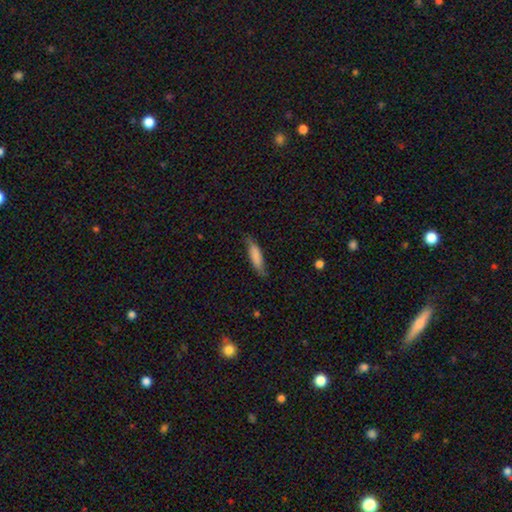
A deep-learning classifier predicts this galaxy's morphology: This appears to be a smooth galaxy with no disk features (79%) that is cigar-shaped (60%). Merging: none (70%).